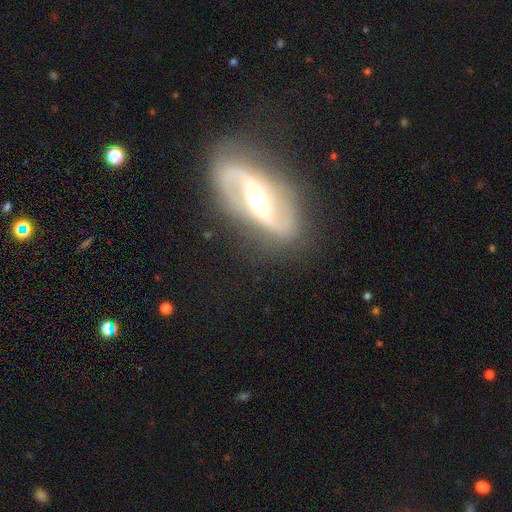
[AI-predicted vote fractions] Smooth or featured? Predicted: featured or disk (p=0.88). Edge-on disk? Predicted: no (p=0.94). Bar? Predicted: strong (p=0.36). Spiral arms? Predicted: yes (p=0.94). Spiral winding? Predicted: medium (p=0.42). Spiral arm count? Predicted: 2 (p=0.92). Bulge size? Predicted: moderate (p=0.61). Merging? Predicted: none (p=0.84).